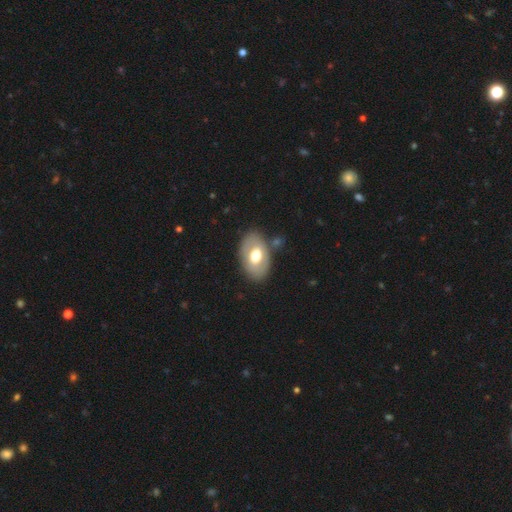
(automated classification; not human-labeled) The model was most divided on "smooth or featured": smooth: 57%, featured or disk: 37%, star or artifact: 6%. More confident: how rounded — in between (89%); merging — none (77%).